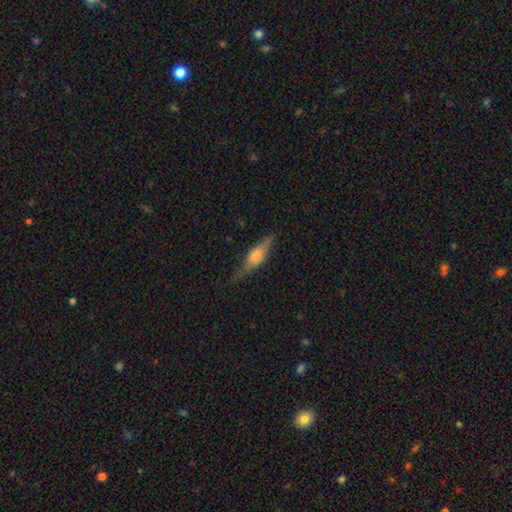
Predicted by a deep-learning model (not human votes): The model was most divided on "smooth or featured": featured or disk: 59%, smooth: 35%, star or artifact: 7%. More confident: edge-on disk — yes (92%); edge-on bulge — rounded (83%); merging — none (77%).